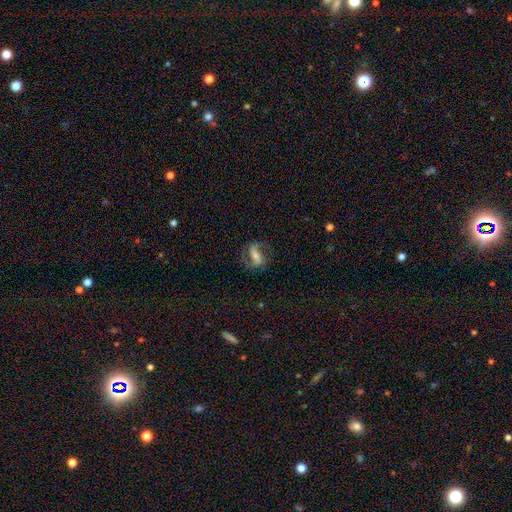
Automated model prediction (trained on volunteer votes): This appears to be a featured or disk galaxy (80%) with a strong bar (43%), 2 (89%) loose (45%) spiral arms (94%) and a small central bulge (42%). Merging: none (72%).